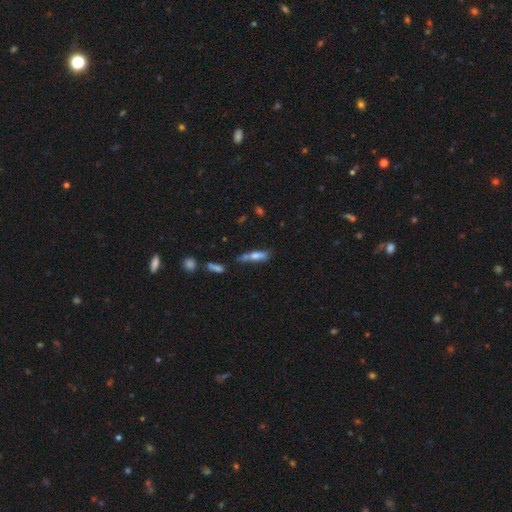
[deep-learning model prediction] smooth_or_featured: smooth (p=0.61) [alt: featured or disk p=0.30]
how_rounded: cigar-shaped (p=0.62) [alt: in between p=0.36]
merging: none (p=0.44) [alt: minor disturbance p=0.24]